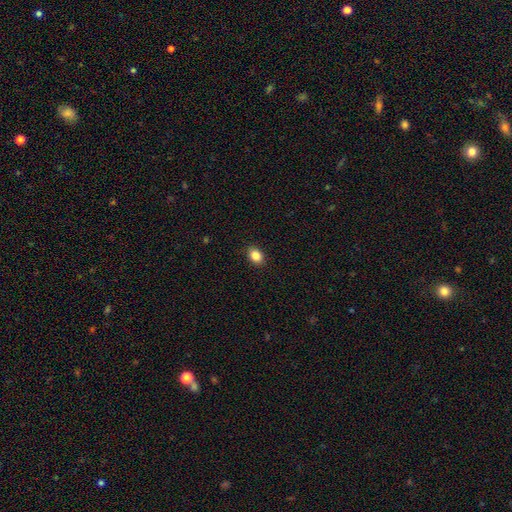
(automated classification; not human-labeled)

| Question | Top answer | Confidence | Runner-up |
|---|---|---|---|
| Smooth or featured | smooth | 86% | star or artifact (10%) |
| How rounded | in between | 64% | round (35%) |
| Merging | none | 90% | minor disturbance (7%) |